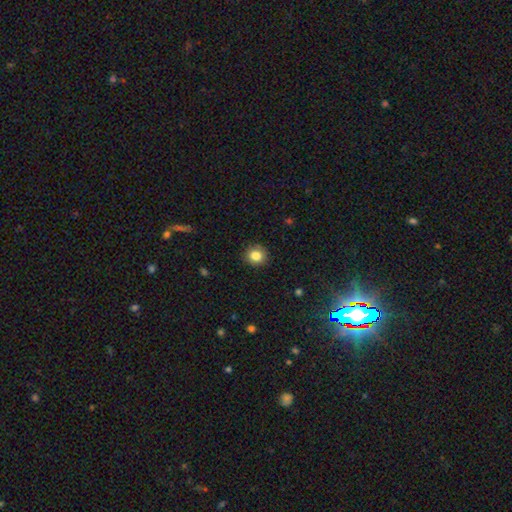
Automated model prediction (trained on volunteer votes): Q: Smooth or featured?
A: smooth (84%); runner-up: star or artifact (10%)
Q: How rounded?
A: round (86%); runner-up: in between (13%)
Q: Merging?
A: none (88%); runner-up: minor disturbance (8%)